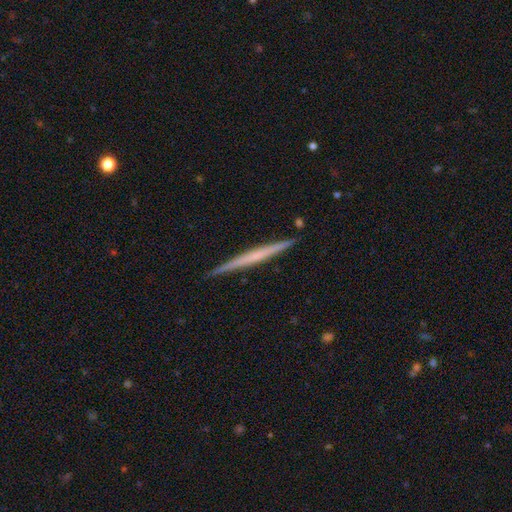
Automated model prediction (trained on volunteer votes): featured or disk 60%, smooth 34%, star or artifact 6%. Down the decision tree: edge-on disk — yes (98%); edge-on bulge — none (77%); merging — none (91%).